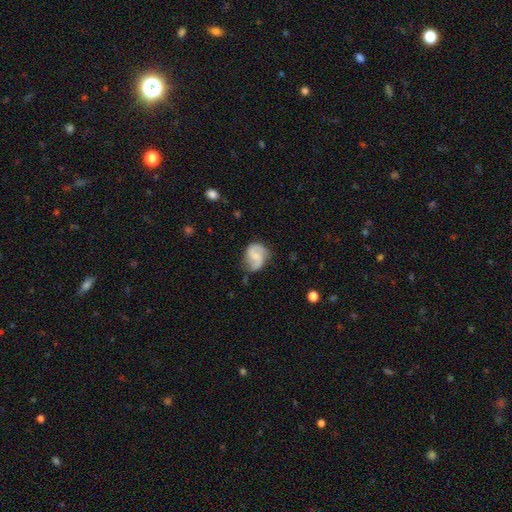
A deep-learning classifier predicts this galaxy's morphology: smooth_or_featured: featured or disk (p=0.73) [alt: smooth p=0.21]
disk_edge_on: no (p=0.98) [alt: yes p=0.02]
bar: weak (p=0.45) [alt: no p=0.43]
has_spiral_arms: yes (p=0.95) [alt: no p=0.05]
spiral_winding: medium (p=0.47) [alt: loose p=0.34]
spiral_arm_count: 2 (p=0.88) [alt: can't tell p=0.05]
bulge_size: small (p=0.44) [alt: none p=0.29]
merging: none (p=0.68) [alt: minor disturbance p=0.22]